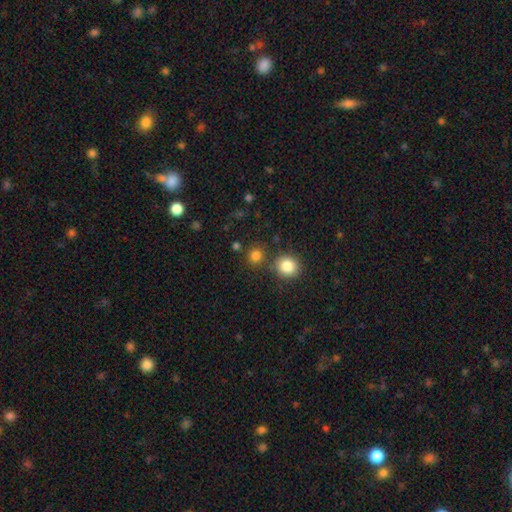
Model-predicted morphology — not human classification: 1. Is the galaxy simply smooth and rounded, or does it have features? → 82% smooth, 13% star or artifact, 4% featured or disk.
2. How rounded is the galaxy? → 88% round, 11% in between, 1% cigar-shaped.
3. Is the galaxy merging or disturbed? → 78% none, 12% merger, 8% minor disturbance, 3% major disturbance.